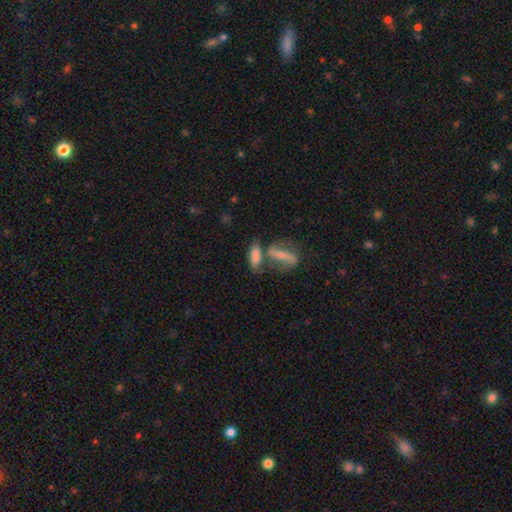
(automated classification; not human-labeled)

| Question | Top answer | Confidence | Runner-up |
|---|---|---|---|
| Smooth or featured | smooth | 66% | featured or disk (25%) |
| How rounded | in between | 66% | cigar-shaped (29%) |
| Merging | merger | 45% | none (38%) |